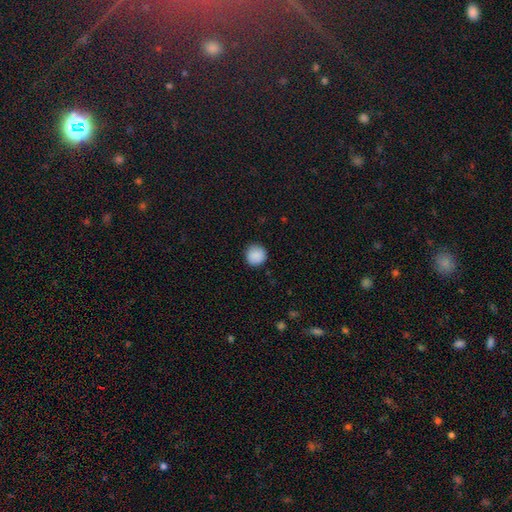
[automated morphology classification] This is clearly a smooth galaxy (89%). How rounded: clearly round (95%). Merging: clearly none (89%).